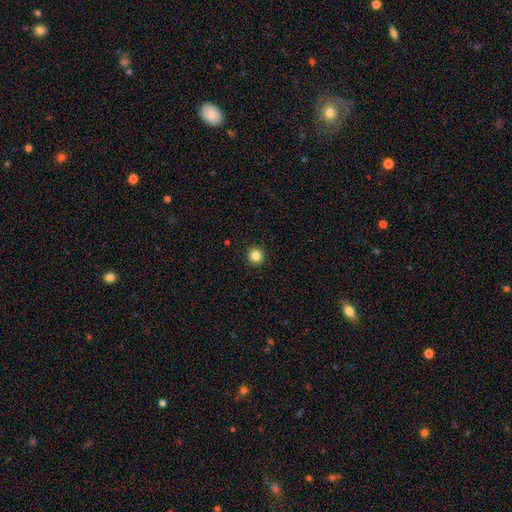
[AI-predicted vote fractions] This is clearly a smooth galaxy (84%). How rounded: clearly round (94%). Merging: clearly none (93%).